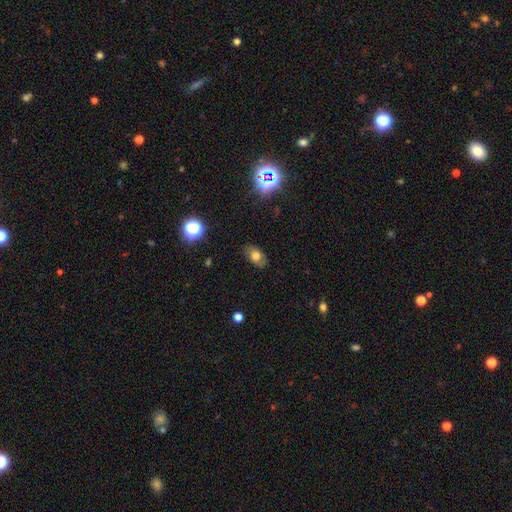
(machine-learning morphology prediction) type=smooth (70%); roundness=in between (87%); merging=none (81%).